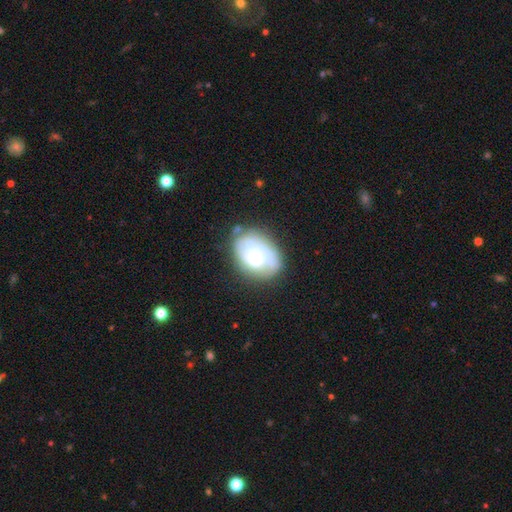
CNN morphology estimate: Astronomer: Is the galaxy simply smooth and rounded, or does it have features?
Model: featured or disk — 47% (runner-up: smooth, 45%).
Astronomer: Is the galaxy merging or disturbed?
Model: none — 50% (runner-up: minor disturbance, 26%).